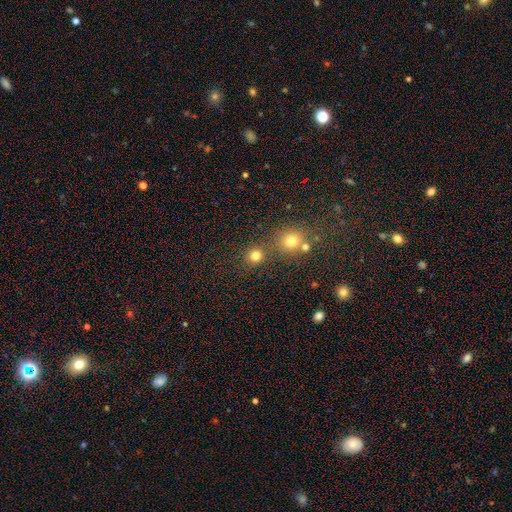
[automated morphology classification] Overall: smooth (77%). How rounded: round (89%). Merging: none (75%).